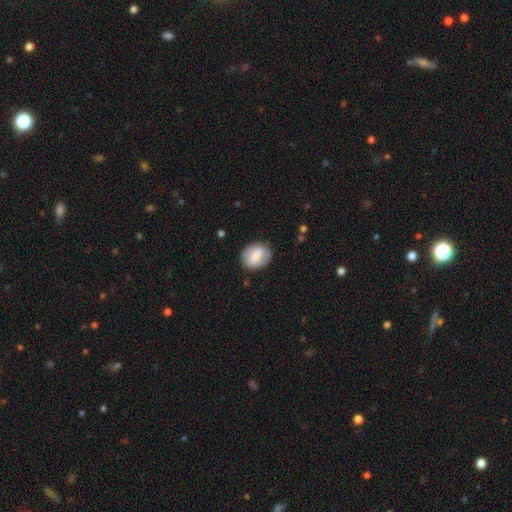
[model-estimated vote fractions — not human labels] Smooth or featured? Predicted: smooth (p=0.70). How rounded? Predicted: round (p=0.60). Merging? Predicted: none (p=0.83).